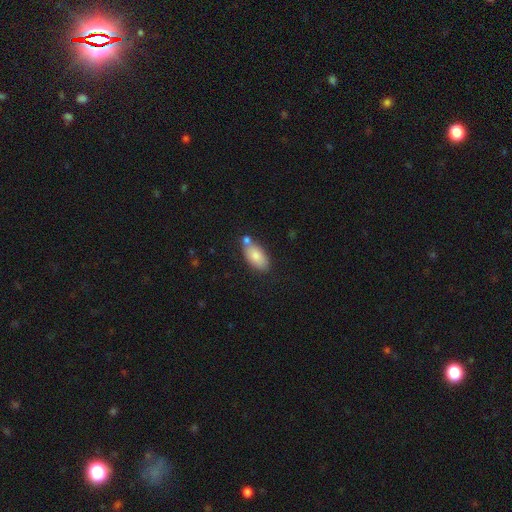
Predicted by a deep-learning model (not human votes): This is clearly a smooth galaxy (81%). How rounded: clearly in between (92%). Merging: possibly none (60%).